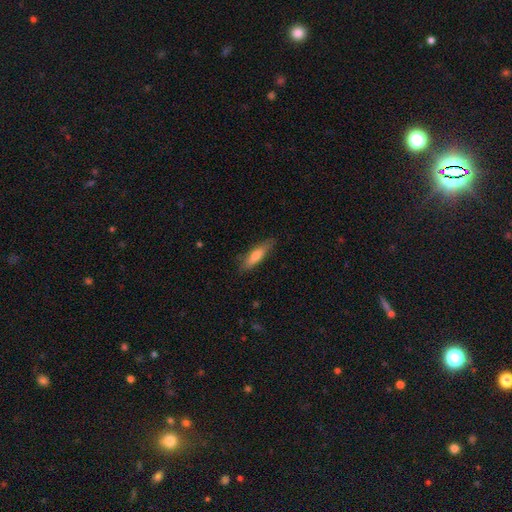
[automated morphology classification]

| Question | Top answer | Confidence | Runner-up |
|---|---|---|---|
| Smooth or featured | smooth | 68% | featured or disk (26%) |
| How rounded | cigar-shaped | 72% | in between (27%) |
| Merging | none | 81% | minor disturbance (15%) |